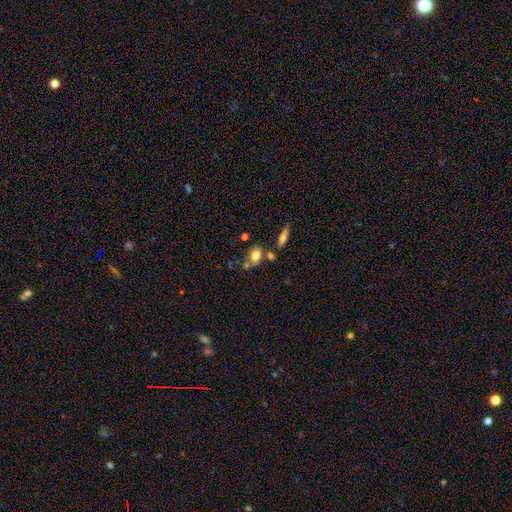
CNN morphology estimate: smooth 76%, featured or disk 15%, star or artifact 9%. Down the decision tree: how rounded — in between (75%); merging — none (55%).